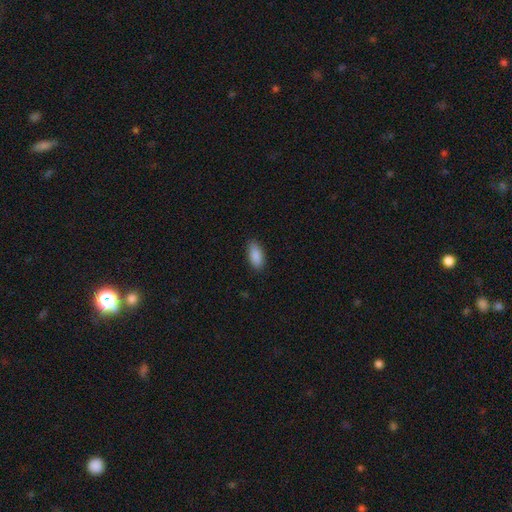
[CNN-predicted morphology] A smooth galaxy with no disk features (90%) that is in between round and cigar-shaped (90%). Merging: none (87%).